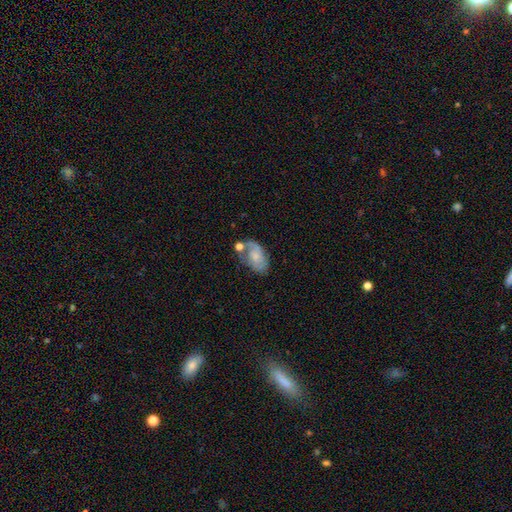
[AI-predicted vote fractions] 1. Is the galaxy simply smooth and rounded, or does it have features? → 48% smooth, 44% featured or disk, 8% star or artifact.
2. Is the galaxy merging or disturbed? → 40% none, 26% minor disturbance, 18% merger, 16% major disturbance.